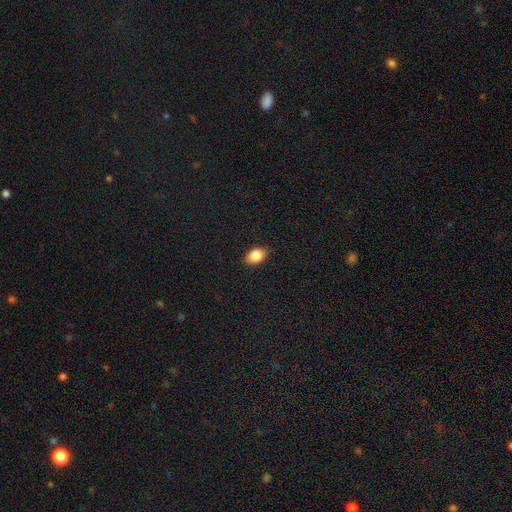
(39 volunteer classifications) Volunteers were most divided on "how rounded": in between: 92%, round: 5%, cigar-shaped: 3%. More confident: smooth or featured — smooth (95%); merging — none (92%).